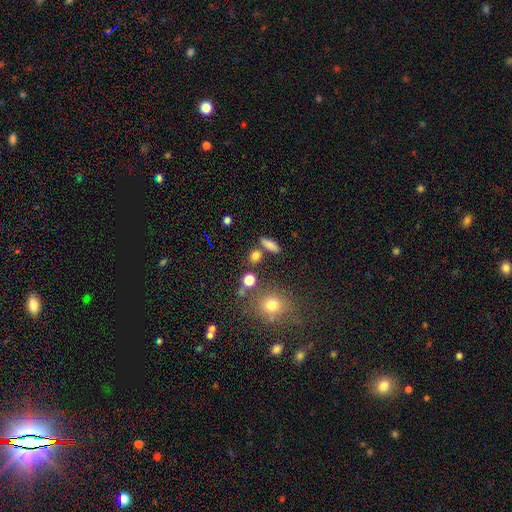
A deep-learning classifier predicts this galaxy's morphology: Q: Smooth or featured?
A: smooth (77%); runner-up: star or artifact (15%)
Q: How rounded?
A: round (47%); runner-up: in between (41%)
Q: Merging?
A: none (72%); runner-up: merger (14%)